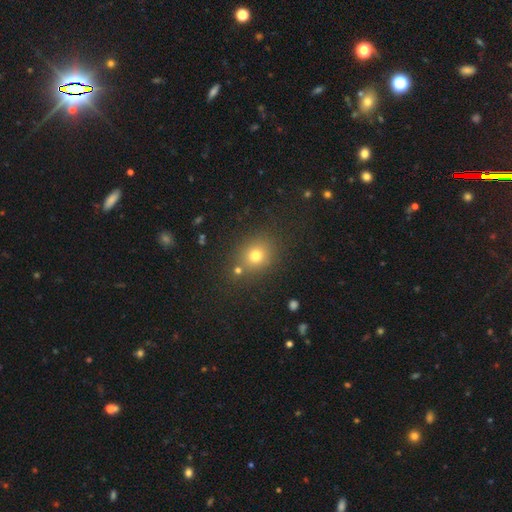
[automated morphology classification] This is likely a smooth galaxy (73%). How rounded: likely round (70%). Merging: likely none (76%).